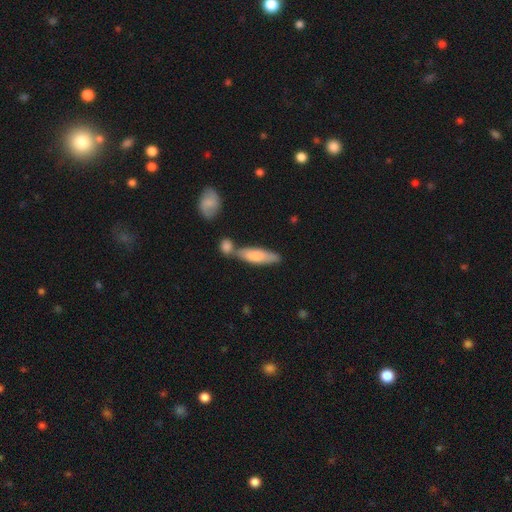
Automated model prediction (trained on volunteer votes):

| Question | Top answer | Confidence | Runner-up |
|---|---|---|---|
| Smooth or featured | smooth | 74% | featured or disk (21%) |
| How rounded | cigar-shaped | 59% | in between (38%) |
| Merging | none | 52% | merger (29%) |